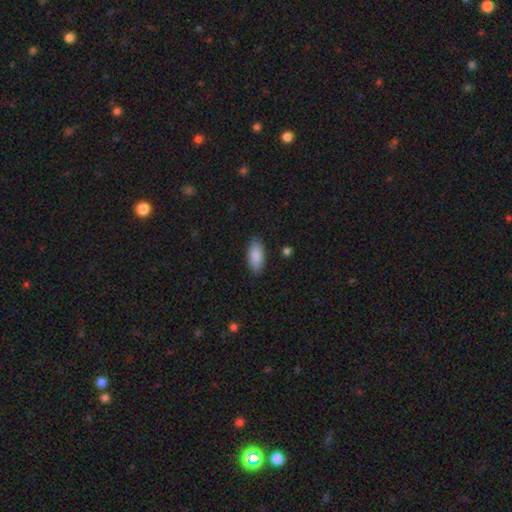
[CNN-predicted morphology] type=smooth (88%); roundness=in between (87%); merging=none (86%).